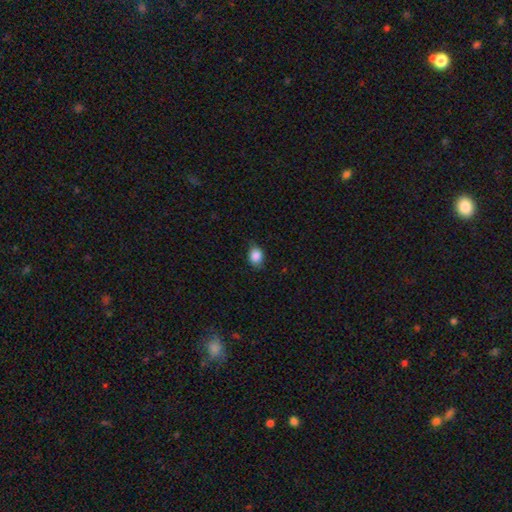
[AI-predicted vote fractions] The model was most divided on "how rounded": in between: 54%, round: 44%, cigar-shaped: 1%. More confident: smooth or featured — smooth (87%); merging — none (77%).